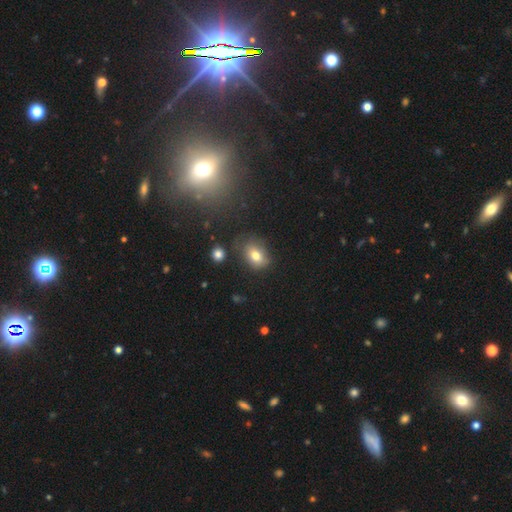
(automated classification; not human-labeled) A smooth galaxy with no disk features (76%) that is in between round and cigar-shaped (72%). Merging: none (66%).